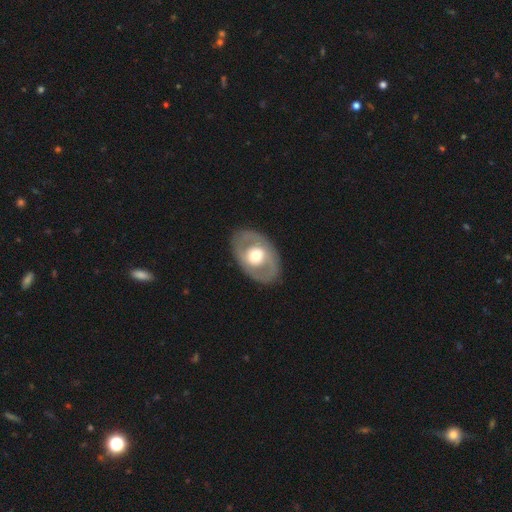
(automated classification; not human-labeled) A featured or disk galaxy (62%) with no bar (75%), no spiral arms (70%) and a moderate central bulge (61%). Merging: none (84%).